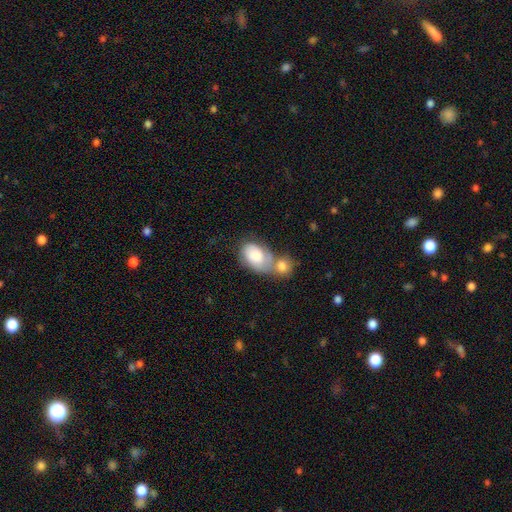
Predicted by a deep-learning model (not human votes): A smooth galaxy with no disk features (73%) that is in between round and cigar-shaped (86%).

Vote fractions:
- Smooth or featured? smooth: 73% / featured or disk: 21% / star or artifact: 6%
- How rounded? in between: 86% / round: 12% / cigar-shaped: 1%
- Merging? merger: 61% / none: 19% / minor disturbance: 12% / major disturbance: 8%